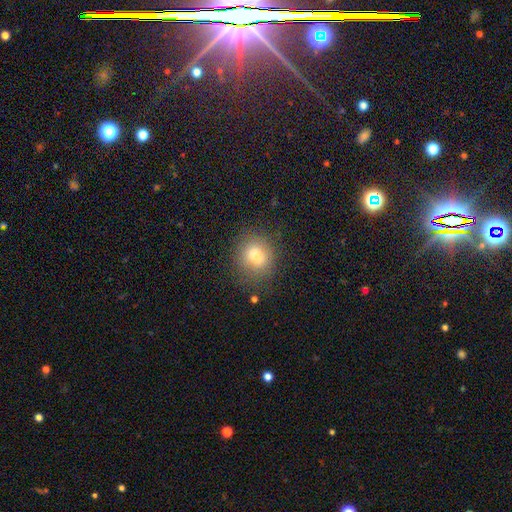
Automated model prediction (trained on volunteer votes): Q: Smooth or featured?
A: smooth (76%); runner-up: star or artifact (12%)
Q: How rounded?
A: round (78%); runner-up: in between (21%)
Q: Merging?
A: none (80%); runner-up: minor disturbance (13%)